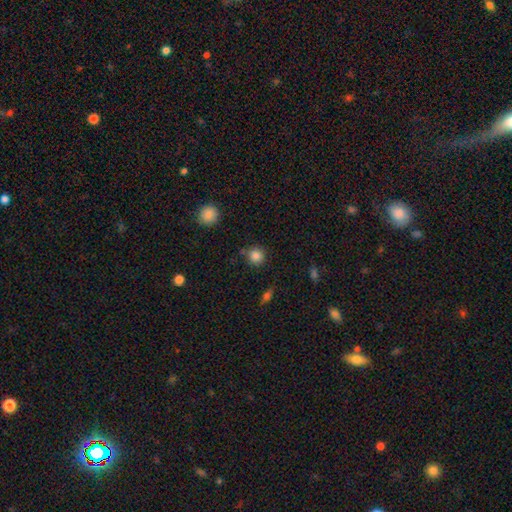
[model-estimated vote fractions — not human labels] This is clearly a smooth galaxy (84%). How rounded: clearly round (92%). Merging: clearly none (81%).